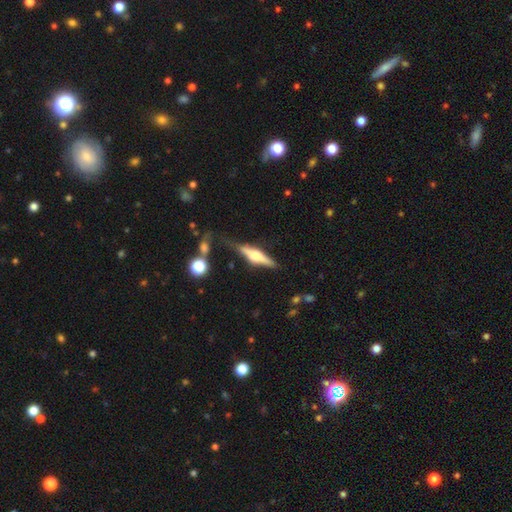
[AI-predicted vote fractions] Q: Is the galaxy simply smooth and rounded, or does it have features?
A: featured or disk — 68%.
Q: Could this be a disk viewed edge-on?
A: yes — 96%.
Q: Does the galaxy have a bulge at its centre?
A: rounded — 87%.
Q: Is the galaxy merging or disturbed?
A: none — 67%.